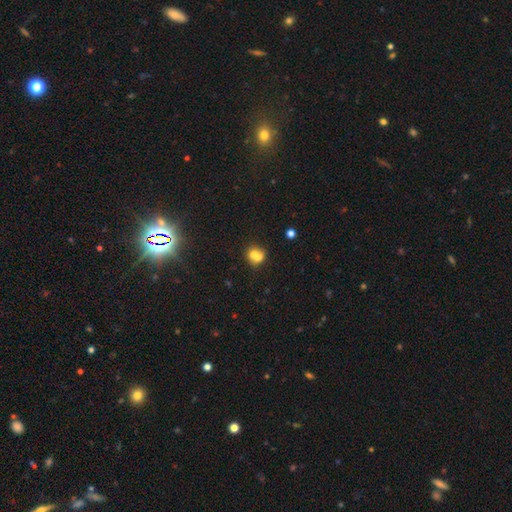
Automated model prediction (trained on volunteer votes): This appears to be a smooth galaxy with no disk features (69%) that is round (74%). Merging: merger (57%).